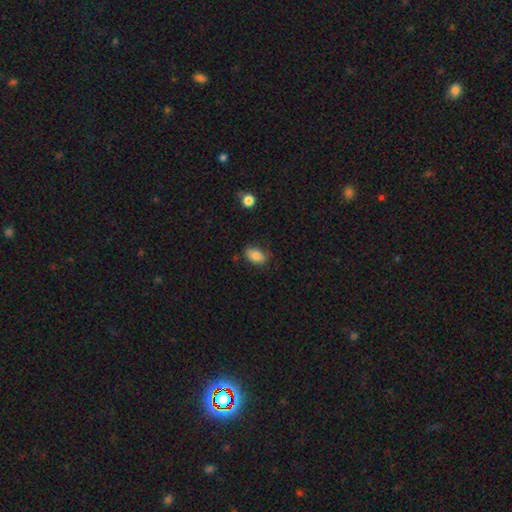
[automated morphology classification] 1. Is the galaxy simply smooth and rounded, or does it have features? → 83% smooth, 9% star or artifact, 9% featured or disk.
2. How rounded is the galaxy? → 87% in between, 11% round, 2% cigar-shaped.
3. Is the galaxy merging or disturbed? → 69% none, 24% minor disturbance, 5% major disturbance, 2% merger.